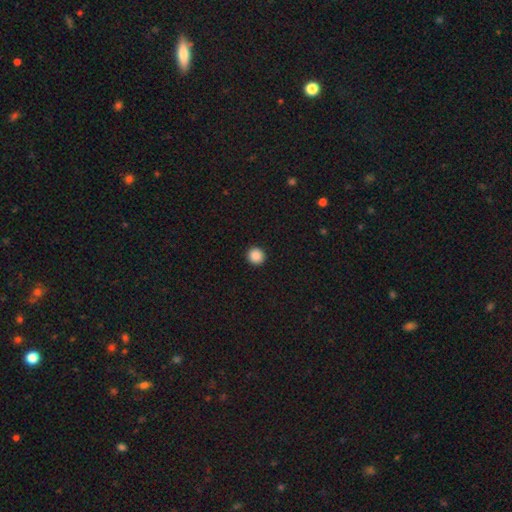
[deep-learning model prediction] Smooth or featured?
  - smooth: 89% *
  - star or artifact: 9%
  - featured or disk: 2%
How rounded?
  - round: 93% *
  - in between: 6%
  - cigar-shaped: 1%
Merging?
  - none: 93% *
  - minor disturbance: 4%
  - major disturbance: 2%
  - merger: 1%